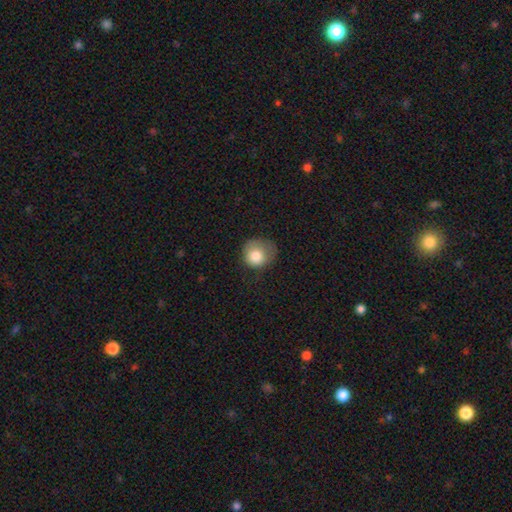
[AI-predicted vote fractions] Smooth or featured? Predicted: smooth (p=0.79). How rounded? Predicted: round (p=0.80). Merging? Predicted: none (p=0.44).